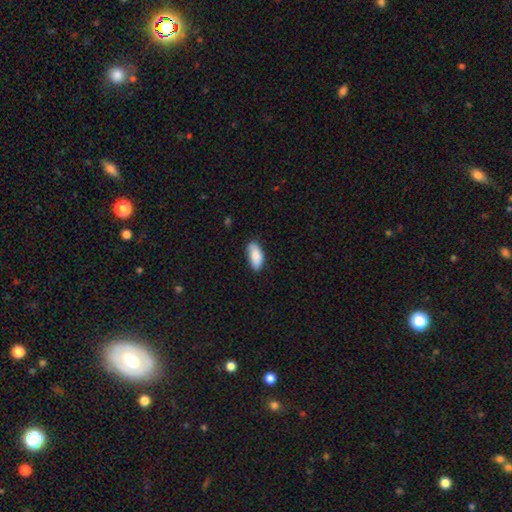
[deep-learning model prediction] smooth 87%, featured or disk 7%, star or artifact 6%. Down the decision tree: how rounded — in between (90%); merging — none (73%).